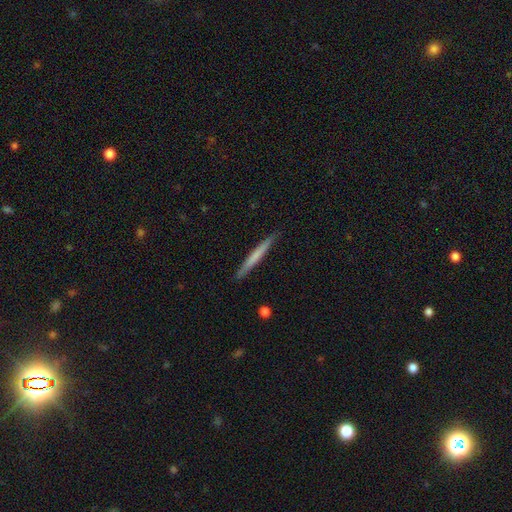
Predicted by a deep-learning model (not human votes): smooth_or_featured: smooth (p=0.58) [alt: featured or disk p=0.36]
how_rounded: cigar-shaped (p=0.97) [alt: in between p=0.02]
merging: none (p=0.90) [alt: minor disturbance p=0.07]